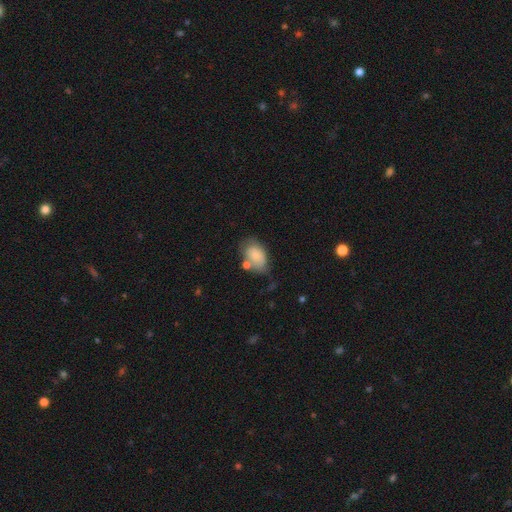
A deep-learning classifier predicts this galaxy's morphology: smooth 78%, featured or disk 14%, star or artifact 7%. Down the decision tree: how rounded — in between (89%); merging — none (47%).